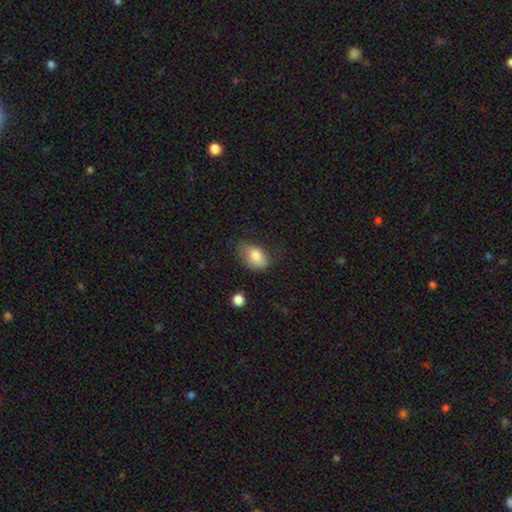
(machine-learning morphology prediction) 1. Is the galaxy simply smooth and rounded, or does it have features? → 81% smooth, 11% featured or disk, 8% star or artifact.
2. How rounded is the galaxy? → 86% in between, 12% round, 1% cigar-shaped.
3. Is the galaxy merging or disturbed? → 58% none, 30% minor disturbance, 10% major disturbance, 2% merger.